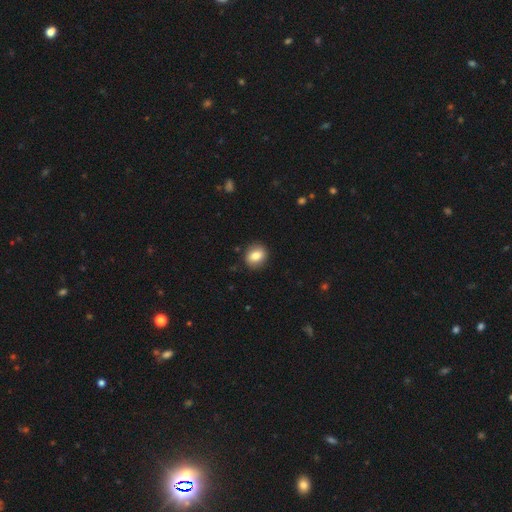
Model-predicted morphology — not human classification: Smooth or featured? Predicted: smooth (p=0.80). How rounded? Predicted: round (p=0.61). Merging? Predicted: none (p=0.88).